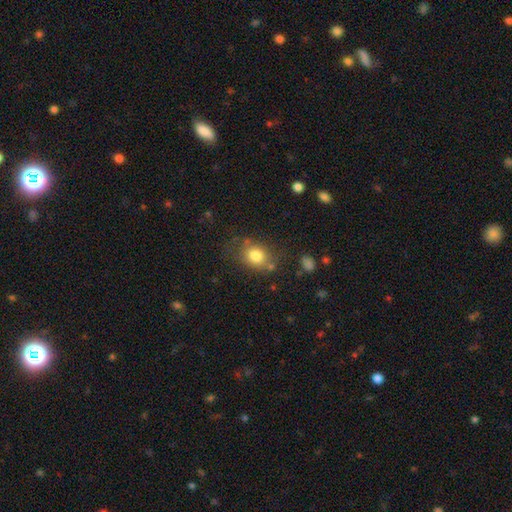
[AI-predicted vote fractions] This appears to be a smooth galaxy with no disk features (81%) that is round (52%). Merging: none (67%).